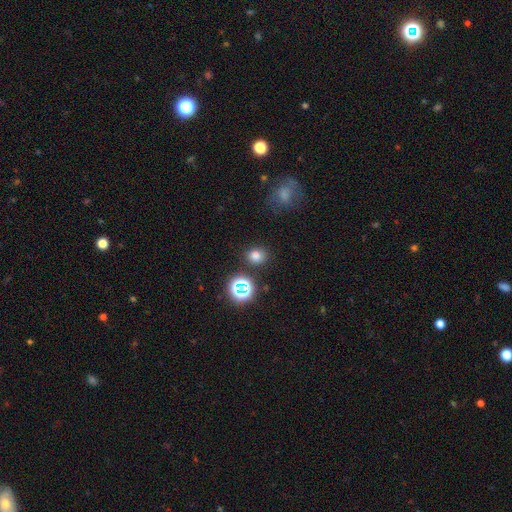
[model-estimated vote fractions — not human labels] Smooth or featured? Predicted: smooth (p=0.74). How rounded? Predicted: round (p=0.70). Merging? Predicted: none (p=0.83).